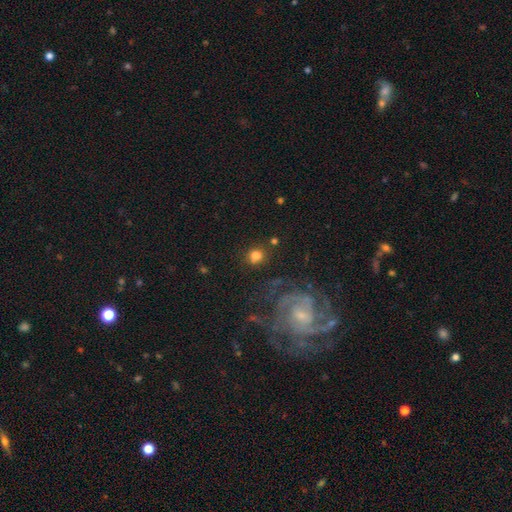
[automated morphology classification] Overall: smooth (75%). How rounded: round (85%). Merging: none (80%).